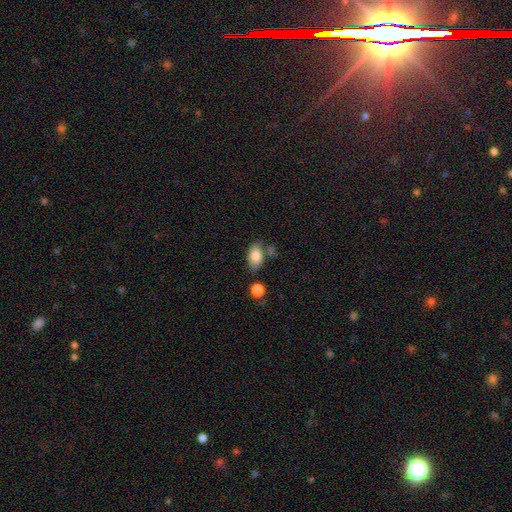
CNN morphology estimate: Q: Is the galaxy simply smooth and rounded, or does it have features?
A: smooth — 84%.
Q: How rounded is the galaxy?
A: in between — 91%.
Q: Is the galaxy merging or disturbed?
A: none — 66%.